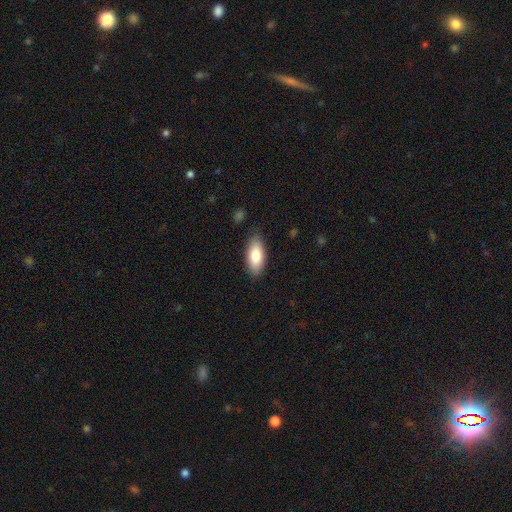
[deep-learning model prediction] This appears to be a smooth galaxy with no disk features (81%) that is in between round and cigar-shaped (86%). Merging: none (84%).